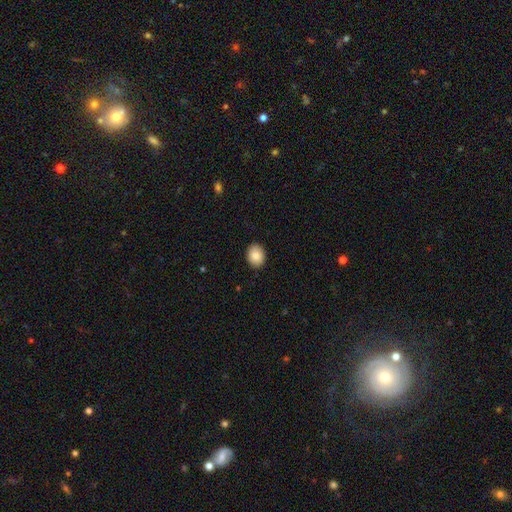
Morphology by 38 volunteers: A smooth galaxy with no disk features (89%) that is round (74%).

Vote fractions:
- Smooth or featured? smooth: 89% / featured or disk: 5% / star or artifact: 5%
- How rounded? round: 74% / in between: 26% / cigar-shaped: 0%
- Merging? none: 89% / minor disturbance: 11% / major disturbance: 0% / merger: 0%